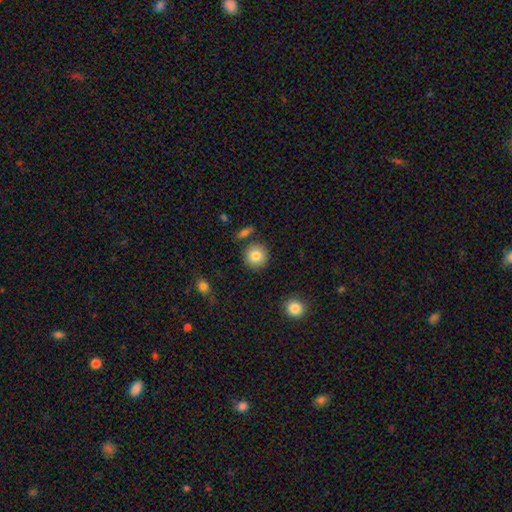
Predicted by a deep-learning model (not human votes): Smooth or featured?
  - smooth: 82% *
  - featured or disk: 9%
  - star or artifact: 9%
How rounded?
  - round: 93% *
  - in between: 6%
  - cigar-shaped: 1%
Merging?
  - none: 85% *
  - minor disturbance: 7%
  - merger: 5%
  - major disturbance: 2%